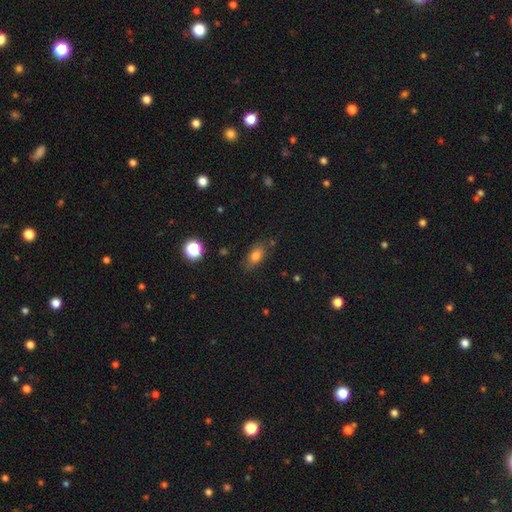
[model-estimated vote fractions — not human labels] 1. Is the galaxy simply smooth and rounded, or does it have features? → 76% smooth, 12% star or artifact, 12% featured or disk.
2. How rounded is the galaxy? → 84% in between, 10% round, 6% cigar-shaped.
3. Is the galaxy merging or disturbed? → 77% none, 16% minor disturbance, 4% major disturbance, 3% merger.